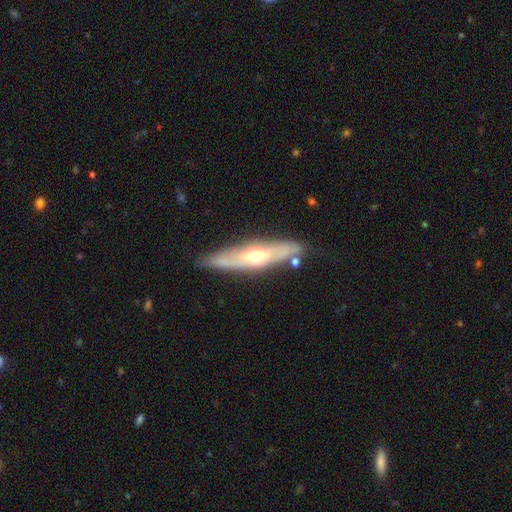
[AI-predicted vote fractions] The model was most divided on "smooth or featured": featured or disk: 60%, smooth: 34%, star or artifact: 6%. More confident: merging — none (79%); edge-on disk — yes (72%).